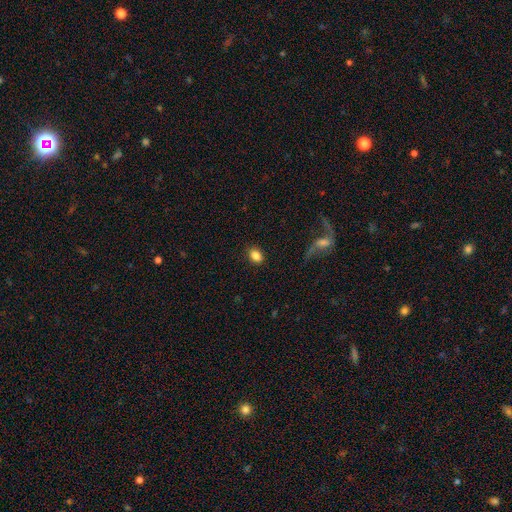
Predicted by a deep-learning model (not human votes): This is clearly a smooth galaxy (85%). How rounded: likely in between (72%). Merging: clearly none (87%).